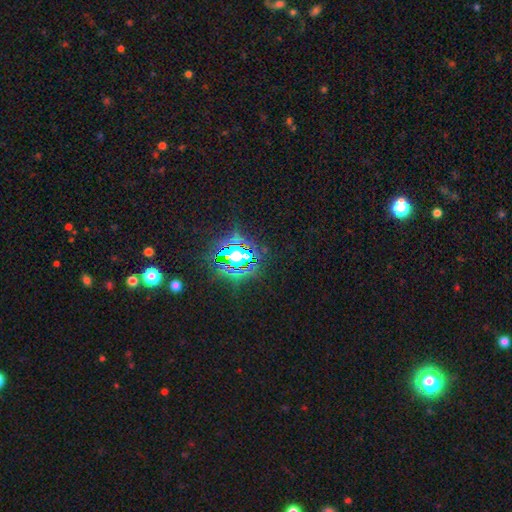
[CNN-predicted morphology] Smooth or featured? star or artifact (83%)